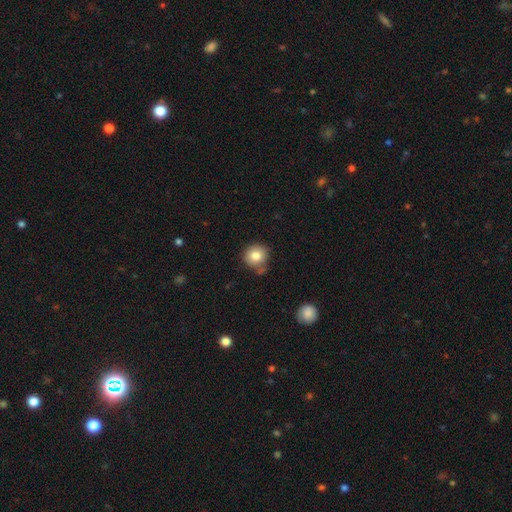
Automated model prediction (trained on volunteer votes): Morphology: type=smooth (82%); roundness=round (91%); merging=none (71%).